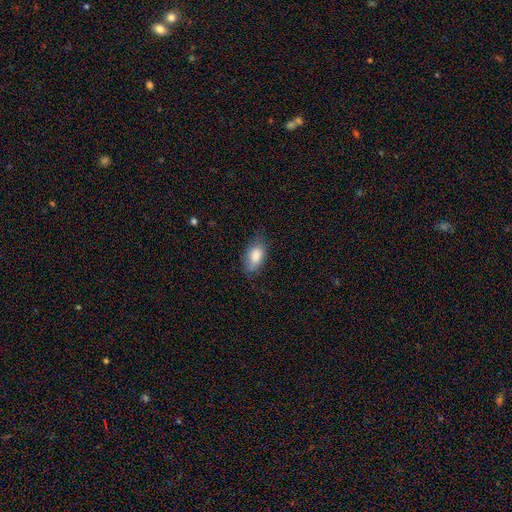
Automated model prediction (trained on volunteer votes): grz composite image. It shows a smooth galaxy with no disk features (84%) that is in between round and cigar-shaped (91%). Merging: none (69%).